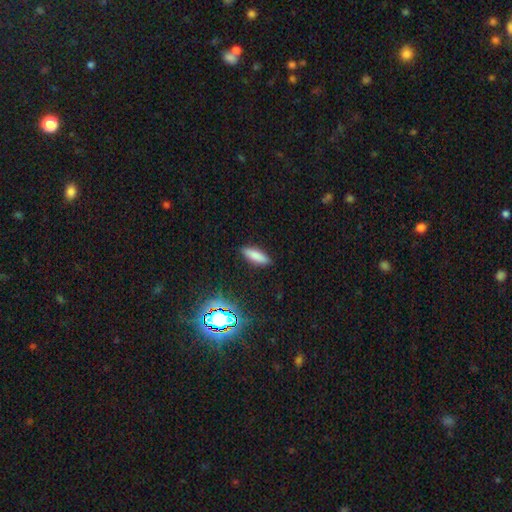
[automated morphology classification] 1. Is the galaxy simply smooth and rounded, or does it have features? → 80% smooth, 11% star or artifact, 8% featured or disk.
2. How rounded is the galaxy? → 50% cigar-shaped, 48% in between, 2% round.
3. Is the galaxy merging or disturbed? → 89% none, 8% minor disturbance, 2% major disturbance, 1% merger.